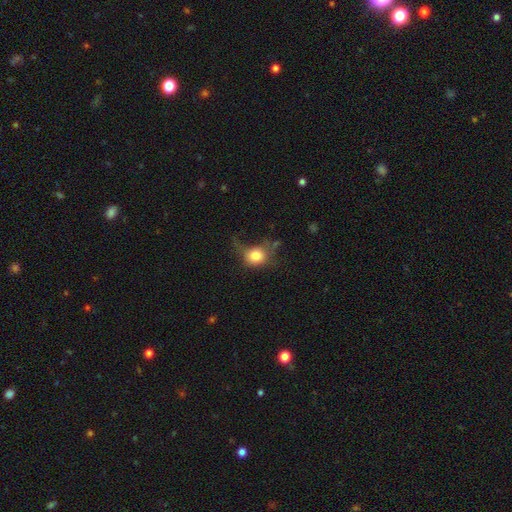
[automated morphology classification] Overall: smooth (76%). How rounded: round (74%). Merging: none (42%; minor disturbance 28%).